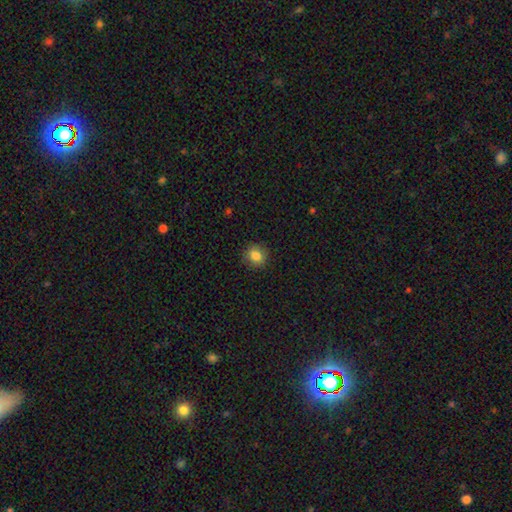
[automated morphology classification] The model was most divided on "how rounded": round: 80%, in between: 19%, cigar-shaped: 1%. More confident: merging — none (89%); smooth or featured — smooth (84%).